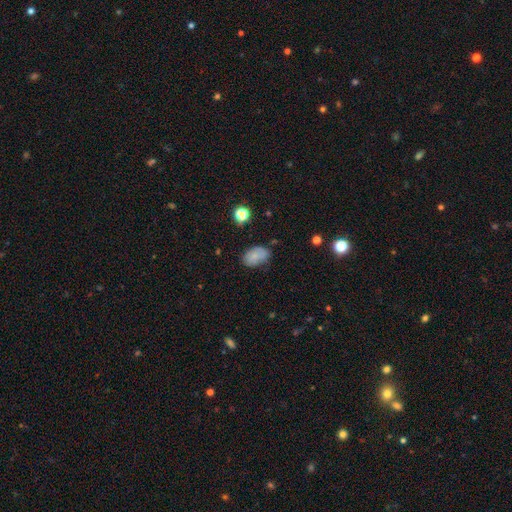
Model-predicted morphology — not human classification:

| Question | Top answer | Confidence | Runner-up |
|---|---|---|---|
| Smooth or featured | smooth | 78% | featured or disk (12%) |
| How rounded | in between | 88% | round (11%) |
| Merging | none | 69% | minor disturbance (23%) |